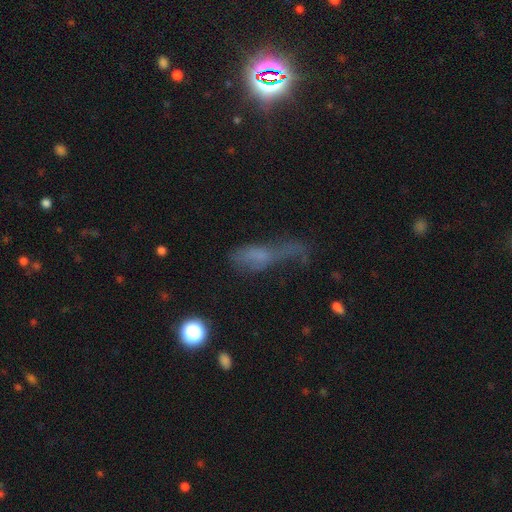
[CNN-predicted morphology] Q: Smooth or featured?
A: smooth (48%); runner-up: featured or disk (31%)
Q: Merging?
A: major disturbance (44%); runner-up: none (25%)